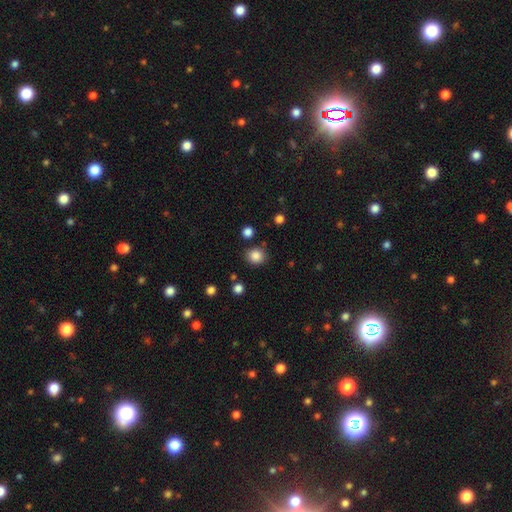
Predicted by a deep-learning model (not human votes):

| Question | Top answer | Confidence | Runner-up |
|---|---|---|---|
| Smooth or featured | smooth | 85% | star or artifact (11%) |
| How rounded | round | 80% | in between (19%) |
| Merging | none | 82% | minor disturbance (10%) |